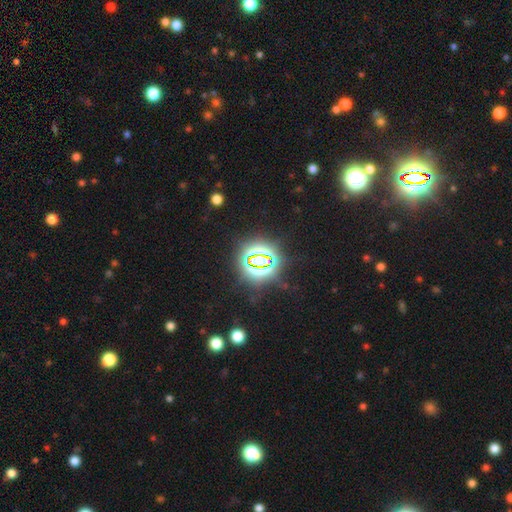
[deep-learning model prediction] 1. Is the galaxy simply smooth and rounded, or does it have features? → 80% star or artifact, 12% smooth, 8% featured or disk.